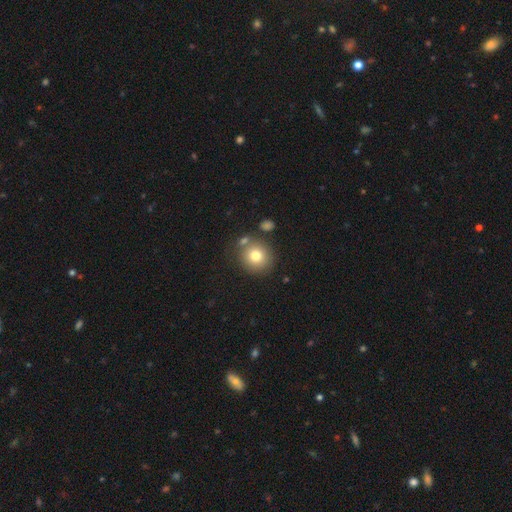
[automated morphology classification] smooth_or_featured: smooth (p=0.78) [alt: featured or disk p=0.12]
how_rounded: round (p=0.88) [alt: in between p=0.11]
merging: none (p=0.73) [alt: merger p=0.12]